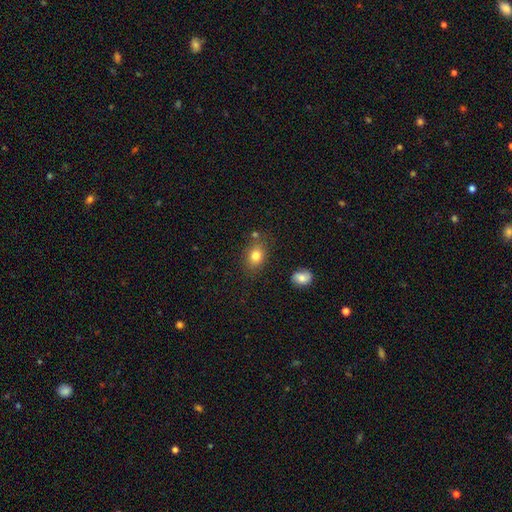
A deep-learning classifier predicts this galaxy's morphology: The model was most divided on "how rounded": in between: 62%, round: 36%, cigar-shaped: 1%. More confident: smooth or featured — smooth (80%); merging — none (76%).